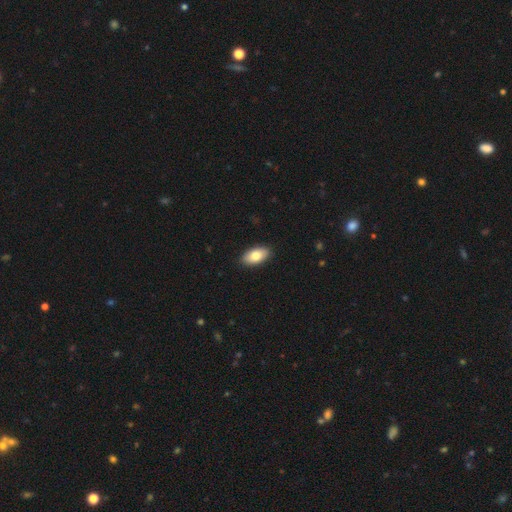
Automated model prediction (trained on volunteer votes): Overall: smooth (81%). How rounded: in between (94%). Merging: none (90%).